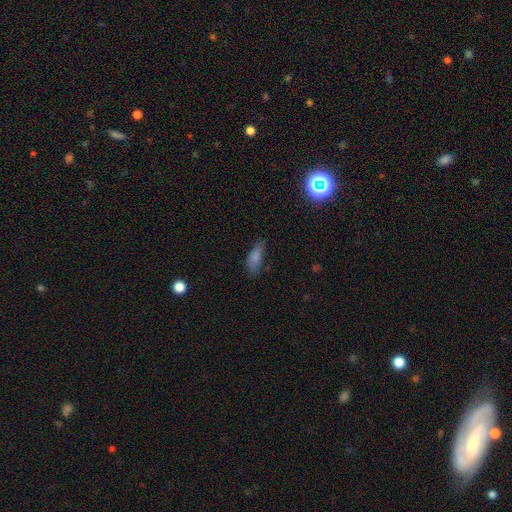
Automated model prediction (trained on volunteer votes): Morphology: type=smooth (72%); roundness=in between (67%); merging=none (65%).